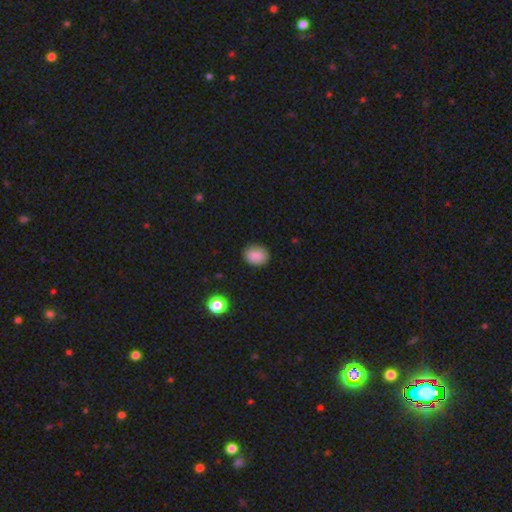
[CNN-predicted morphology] Smooth or featured? smooth (85%)
How rounded? round (51%)
Merging? none (82%)